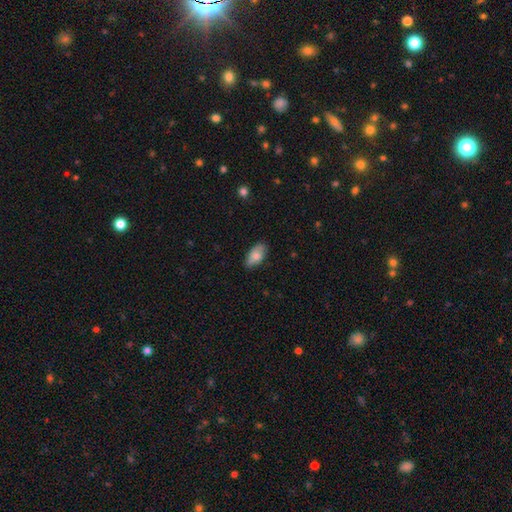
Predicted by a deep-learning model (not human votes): smooth 80%, featured or disk 13%, star or artifact 7%. Down the decision tree: how rounded — in between (92%); merging — none (78%).